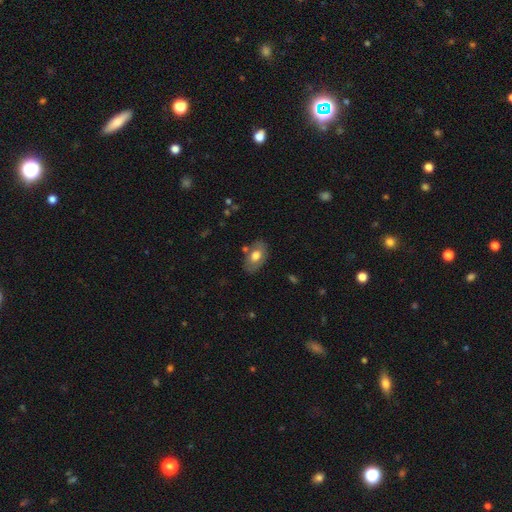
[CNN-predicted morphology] The model was most divided on "smooth or featured": smooth: 64%, featured or disk: 29%, star or artifact: 7%. More confident: how rounded — in between (90%); merging — none (74%).